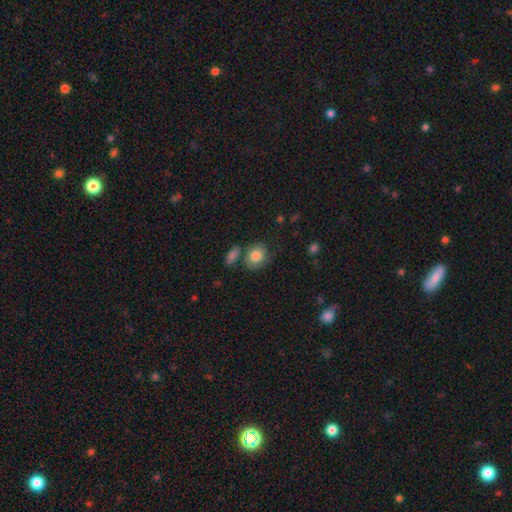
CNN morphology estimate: Smooth or featured? smooth (76%)
How rounded? round (61%)
Merging? none (61%)